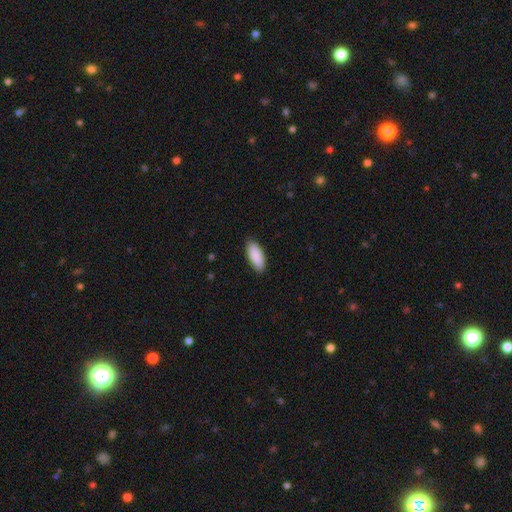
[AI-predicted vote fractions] This is clearly a smooth galaxy (90%). How rounded: clearly in between (83%). Merging: clearly none (85%).